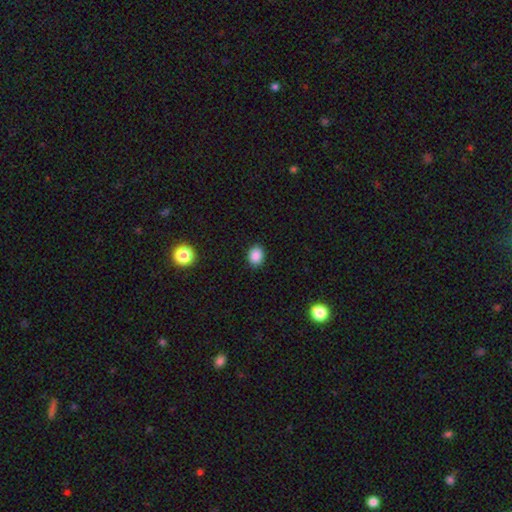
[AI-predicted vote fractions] smooth_or_featured: smooth (p=0.87) [alt: star or artifact p=0.10]
how_rounded: in between (p=0.54) [alt: round p=0.45]
merging: none (p=0.90) [alt: minor disturbance p=0.07]